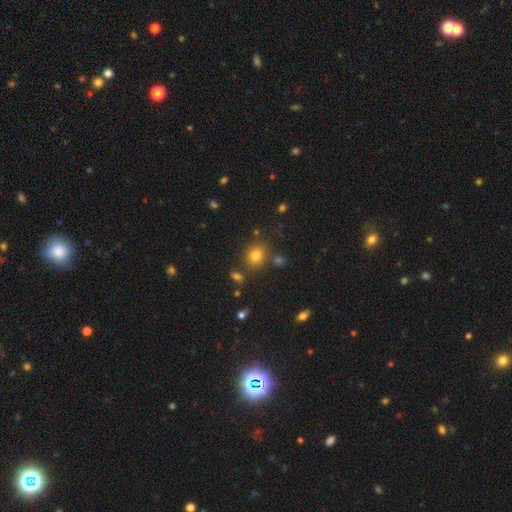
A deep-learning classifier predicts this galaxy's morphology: Smooth or featured? Predicted: smooth (p=0.77). How rounded? Predicted: round (p=0.69). Merging? Predicted: none (p=0.77).